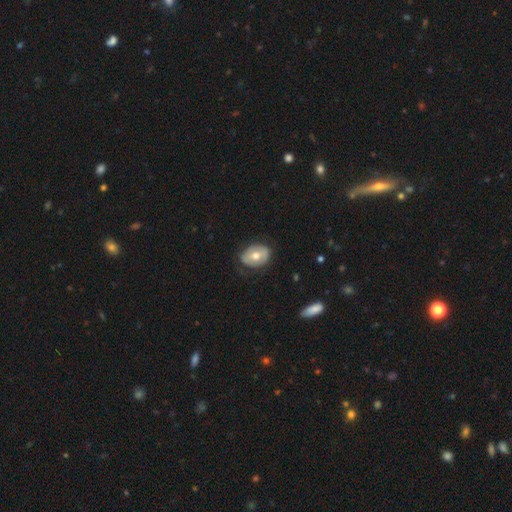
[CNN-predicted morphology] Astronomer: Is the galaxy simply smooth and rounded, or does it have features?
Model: smooth — 51% (runner-up: featured or disk, 43%).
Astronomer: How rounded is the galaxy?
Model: in between — 69%.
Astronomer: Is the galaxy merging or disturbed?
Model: none — 71%.